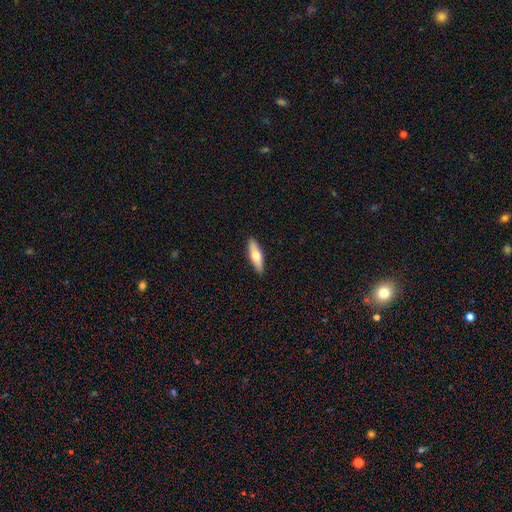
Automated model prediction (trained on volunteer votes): This appears to be a smooth galaxy with no disk features (58%) that is cigar-shaped (53%). Merging: none (90%).